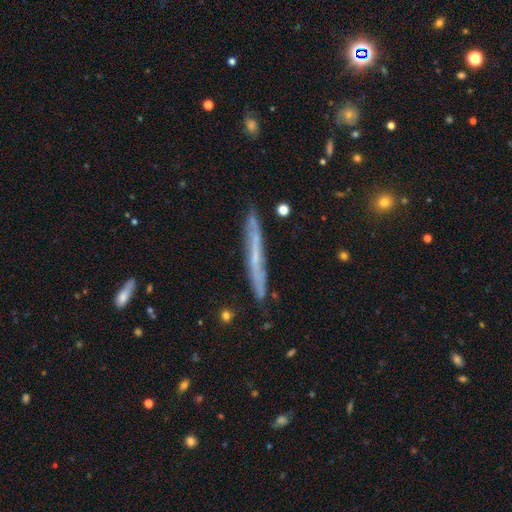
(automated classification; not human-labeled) A featured or disk galaxy (55%) viewed edge-on (91%) with no central bulge (75%). Merging: none (85%).